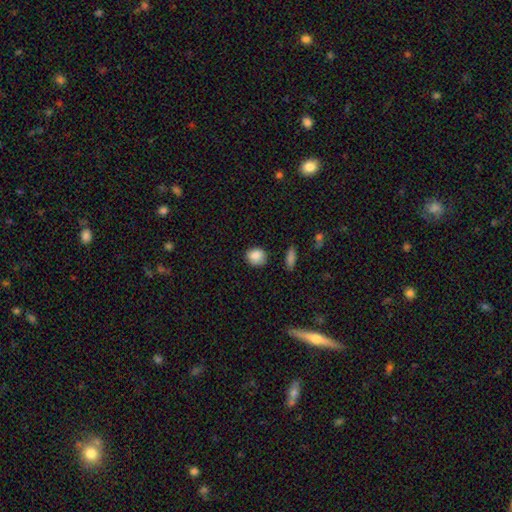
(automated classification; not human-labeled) Q: Smooth or featured?
A: smooth (88%); runner-up: star or artifact (8%)
Q: How rounded?
A: round (75%); runner-up: in between (23%)
Q: Merging?
A: none (82%); runner-up: minor disturbance (13%)